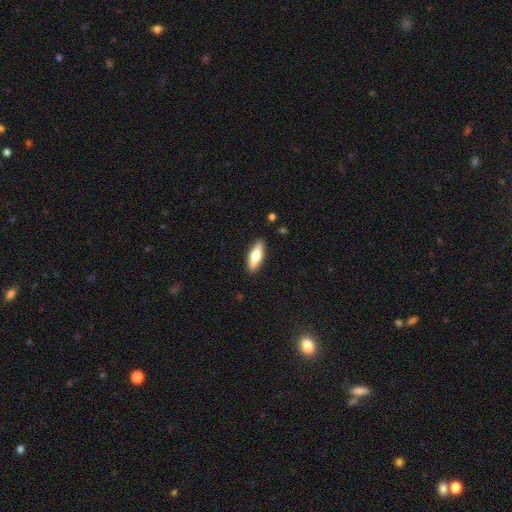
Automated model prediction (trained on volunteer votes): Morphology: type=smooth (65%); roundness=in between (51%); merging=none (89%).